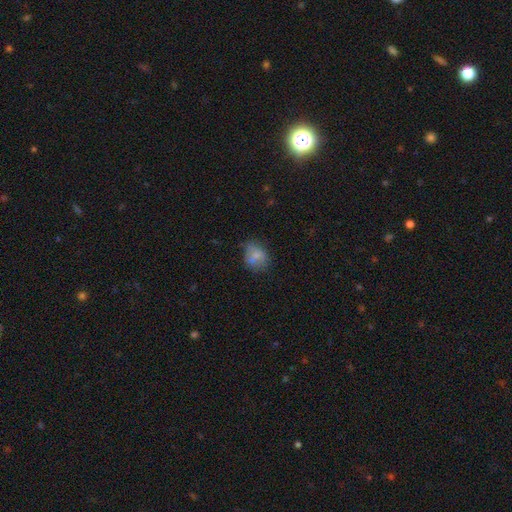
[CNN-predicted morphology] Smooth or featured?
  - smooth: 68% *
  - featured or disk: 21%
  - star or artifact: 11%
How rounded?
  - in between: 51% *
  - round: 48%
  - cigar-shaped: 1%
Merging?
  - none: 55% *
  - minor disturbance: 26%
  - major disturbance: 10%
  - merger: 8%